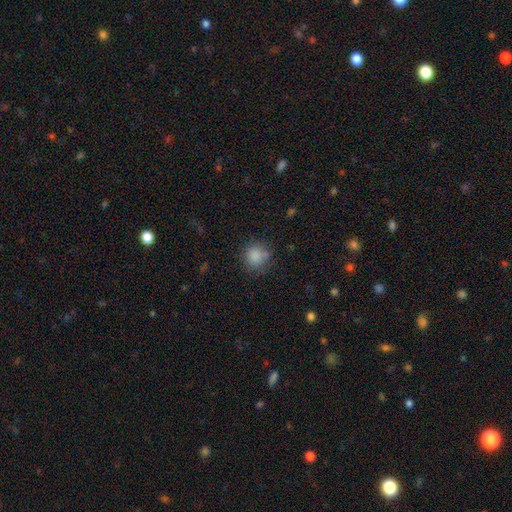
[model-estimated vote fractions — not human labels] A smooth galaxy with no disk features (84%) that is round (88%). Merging: none (73%).